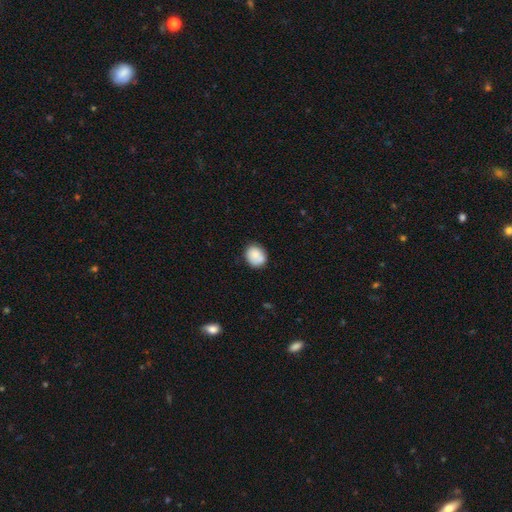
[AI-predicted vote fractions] Overall: smooth (82%). How rounded: round (61%; in between 38%). Merging: none (72%).